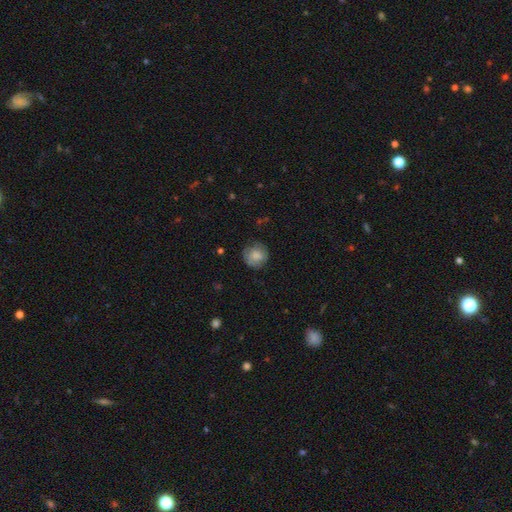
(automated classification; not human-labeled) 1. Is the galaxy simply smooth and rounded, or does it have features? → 78% smooth, 14% featured or disk, 8% star or artifact.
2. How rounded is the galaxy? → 89% round, 10% in between, 1% cigar-shaped.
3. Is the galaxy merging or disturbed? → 76% none, 18% minor disturbance, 5% major disturbance, 1% merger.